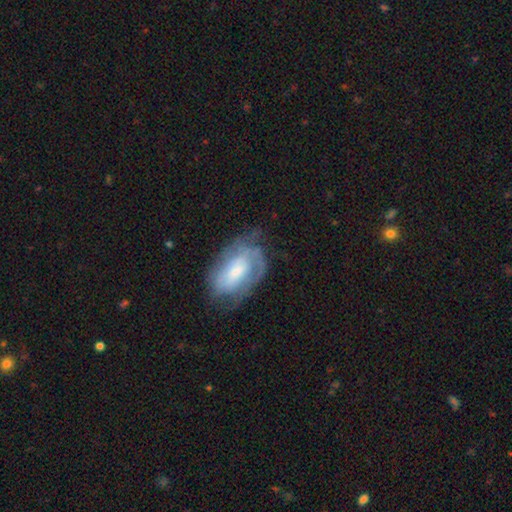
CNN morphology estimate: smooth_or_featured: featured or disk (p=0.66) [alt: smooth p=0.20]
disk_edge_on: no (p=0.95) [alt: yes p=0.05]
bar: weak (p=0.44) [alt: no p=0.40]
has_spiral_arms: yes (p=0.90) [alt: no p=0.10]
spiral_winding: tight (p=0.57) [alt: medium p=0.33]
spiral_arm_count: can't tell (p=0.35) [alt: 2 p=0.34]
bulge_size: moderate (p=0.50) [alt: small p=0.27]
merging: none (p=0.72) [alt: minor disturbance p=0.19]